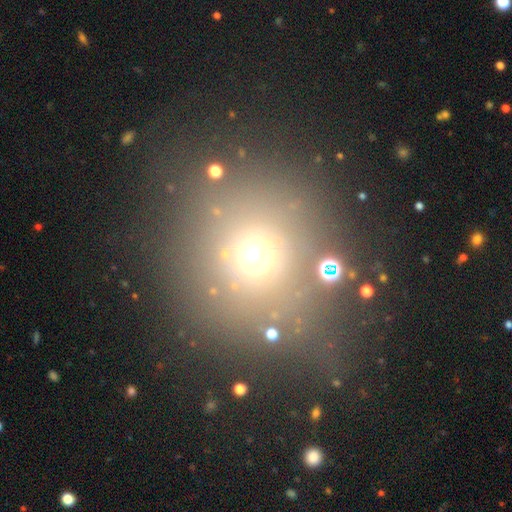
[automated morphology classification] smooth-or-featured: smooth: 58% | star or artifact: 29% | featured or disk: 13%
  how-rounded: round: 88% | in between: 11% | cigar-shaped: 1%
  merging: none: 74% | minor disturbance: 12% | major disturbance: 8% | merger: 6%